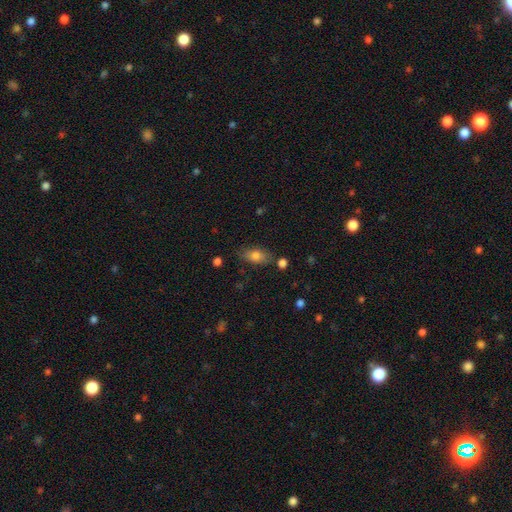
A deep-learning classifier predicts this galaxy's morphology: The model was most divided on "merging": none: 76%, minor disturbance: 15%, merger: 5%, major disturbance: 4%. More confident: how rounded — in between (86%); smooth or featured — smooth (78%).